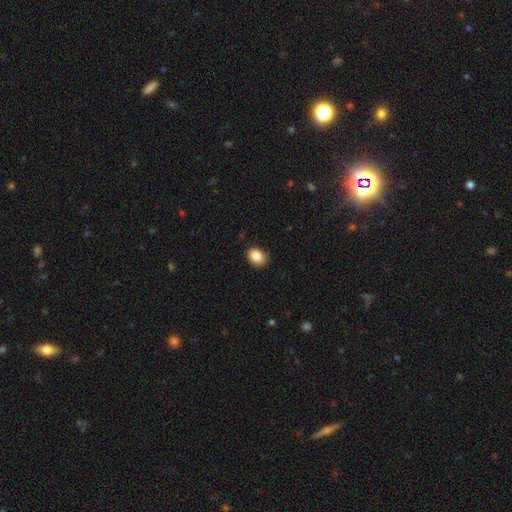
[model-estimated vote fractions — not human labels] Morphology: type=smooth (87%); roundness=in between (61%); merging=none (83%).